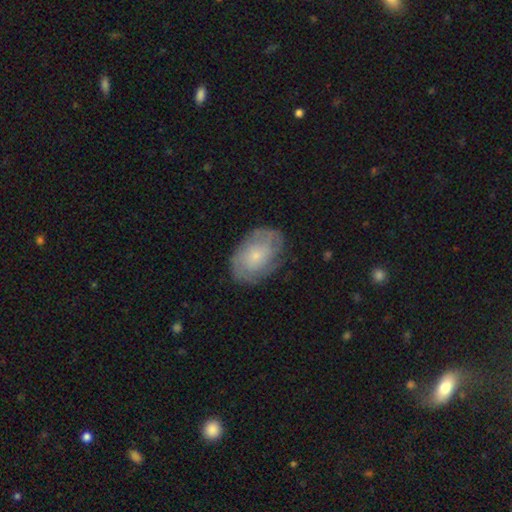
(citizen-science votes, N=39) Smooth or featured?
  - featured or disk: 56% *
  - smooth: 41%
  - star or artifact: 3%
Edge-on disk?
  - no: 95% *
  - yes: 5%
Bar?
  - no: 86% *
  - weak: 14%
  - strong: 0%
Spiral arms?
  - yes: 100% *
  - no: 0%
Spiral winding?
  - tight: 81% *
  - medium: 14%
  - loose: 5%
Spiral arm count?
  - can't tell: 57% *
  - 2: 14%
  - 3: 14%
  - 1: 5%
  - 4: 5%
  - more than 4: 5%
Bulge size?
  - small: 71% *
  - moderate: 29%
  - dominant: 0%
  - large: 0%
  - none: 0%
Merging?
  - none: 66% *
  - minor disturbance: 21%
  - major disturbance: 11%
  - merger: 3%